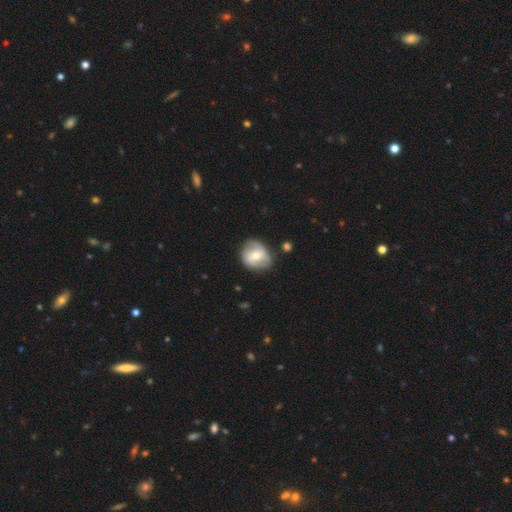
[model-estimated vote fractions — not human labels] Morphology: type=featured or disk (57%); edge-on=no (96%); bar=no (46%); spiral arms=yes (72%); bulge=moderate (64%); merging=none (71%).